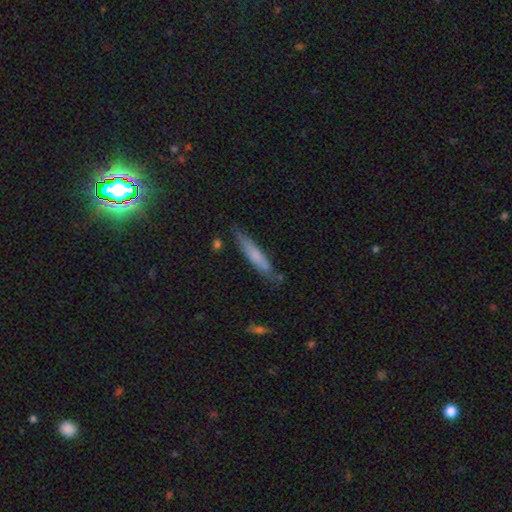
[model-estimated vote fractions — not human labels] Q: Smooth or featured?
A: smooth (66%); runner-up: featured or disk (28%)
Q: How rounded?
A: cigar-shaped (90%); runner-up: in between (8%)
Q: Merging?
A: none (78%); runner-up: minor disturbance (16%)